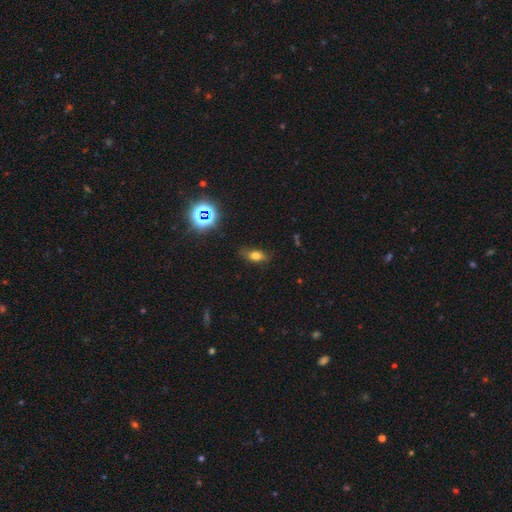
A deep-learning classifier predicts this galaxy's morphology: This appears to be a smooth galaxy with no disk features (71%) that is in between round and cigar-shaped (78%). Merging: none (78%).